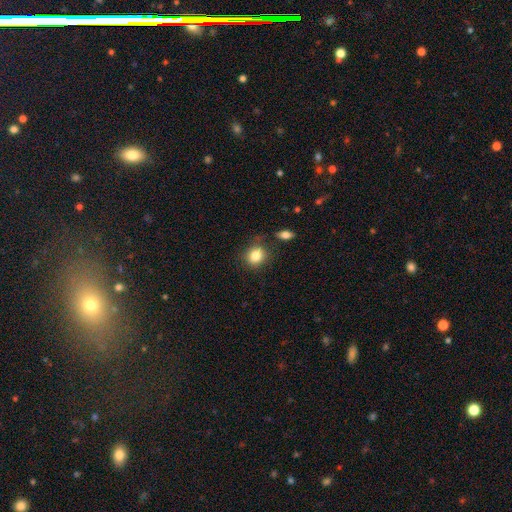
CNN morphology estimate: The model was most divided on "how rounded": round: 67%, in between: 31%, cigar-shaped: 1%. More confident: smooth or featured — smooth (84%); merging — none (76%).